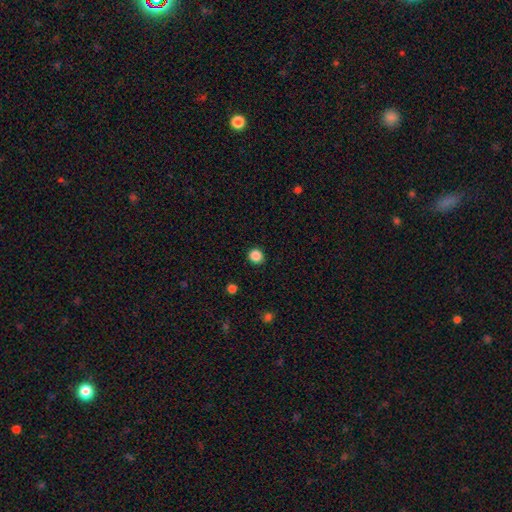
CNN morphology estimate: Smooth or featured: smooth — 86% (star or artifact — 11%)
How rounded: round — 89% (in between — 10%)
Merging: none — 91% (minor disturbance — 6%)